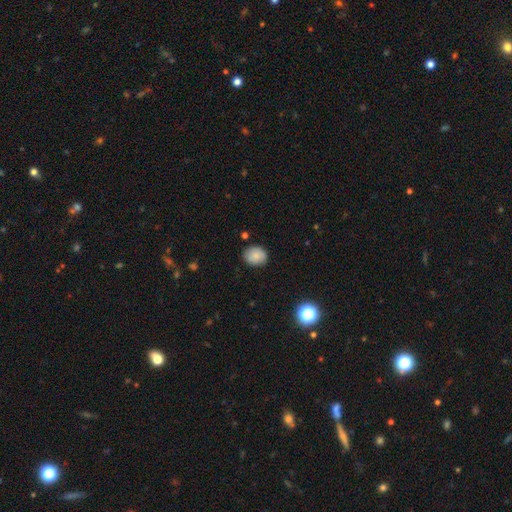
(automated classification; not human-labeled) The model was most divided on "how rounded": round: 57%, in between: 42%, cigar-shaped: 1%. More confident: merging — none (82%); smooth or featured — smooth (82%).